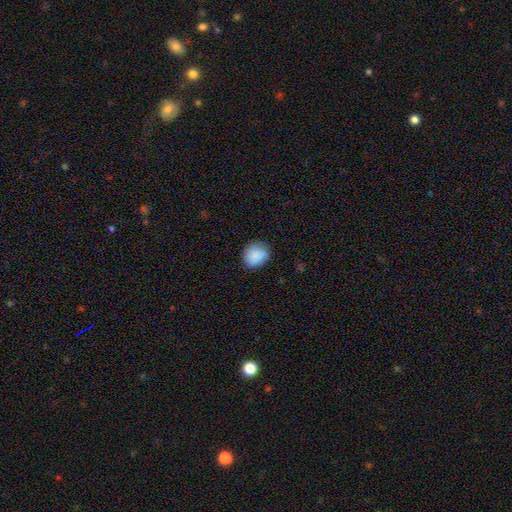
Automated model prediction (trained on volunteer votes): A smooth galaxy with no disk features (88%) that is round (71%).

Vote fractions:
- Smooth or featured? smooth: 88% / star or artifact: 7% / featured or disk: 4%
- How rounded? round: 71% / in between: 28% / cigar-shaped: 1%
- Merging? none: 81% / minor disturbance: 15% / major disturbance: 3% / merger: 1%